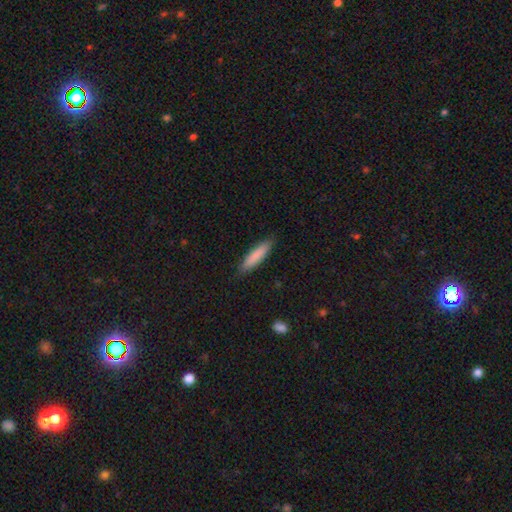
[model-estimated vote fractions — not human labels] This is clearly a smooth galaxy (84%). How rounded: clearly cigar-shaped (81%). Merging: clearly none (88%).